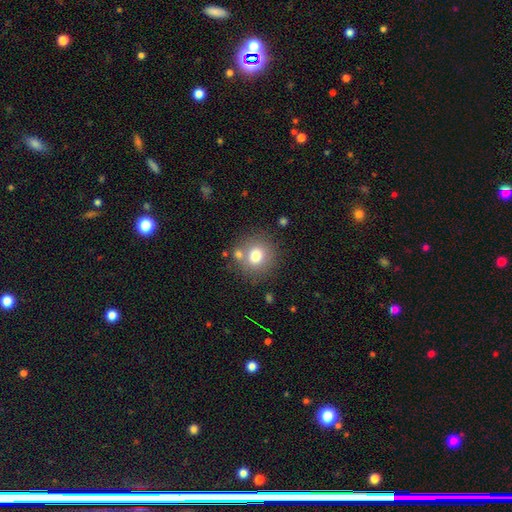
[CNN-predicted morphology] Smooth or featured: smooth — 75% (featured or disk — 13%)
How rounded: round — 85% (in between — 14%)
Merging: none — 73% (merger — 13%)